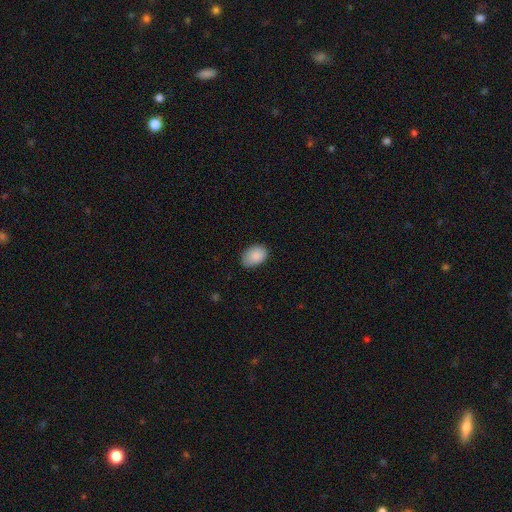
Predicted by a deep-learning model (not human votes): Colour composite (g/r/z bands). It shows a smooth galaxy with no disk features (88%) that is in between round and cigar-shaped (87%). Merging: none (77%).